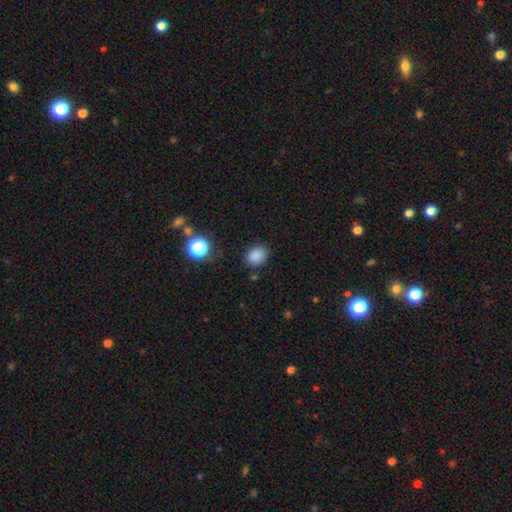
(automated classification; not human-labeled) The model was most divided on "how rounded": round: 53%, in between: 46%, cigar-shaped: 1%. More confident: smooth or featured — smooth (84%); merging — none (81%).